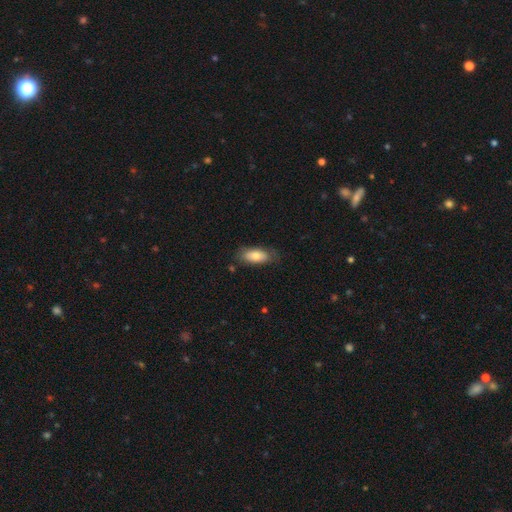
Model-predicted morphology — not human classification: This appears to be a smooth galaxy with no disk features (78%) that is in between round and cigar-shaped (85%). Merging: none (76%).